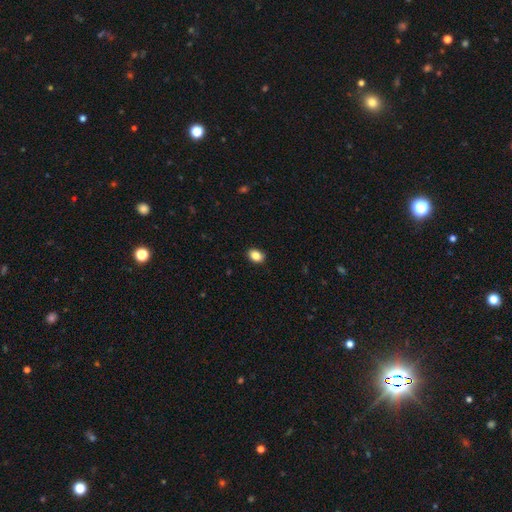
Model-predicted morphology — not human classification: A smooth galaxy with no disk features (87%) that is in between round and cigar-shaped (74%).

Vote fractions:
- Smooth or featured? smooth: 87% / star or artifact: 9% / featured or disk: 5%
- How rounded? in between: 74% / round: 25% / cigar-shaped: 1%
- Merging? none: 89% / minor disturbance: 8% / major disturbance: 2% / merger: 1%